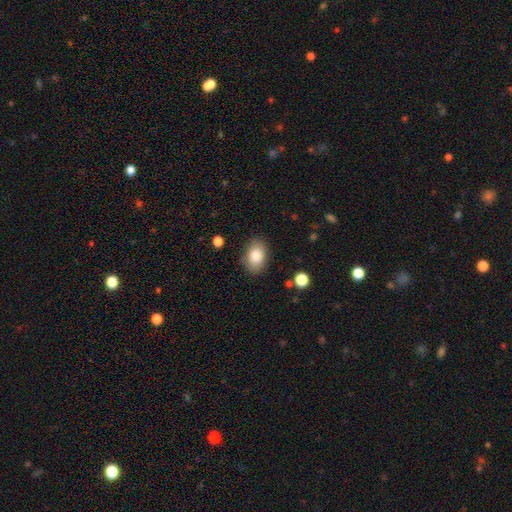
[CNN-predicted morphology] smooth_or_featured: smooth (p=0.84) [alt: featured or disk p=0.08]
how_rounded: in between (p=0.84) [alt: round p=0.15]
merging: none (p=0.84) [alt: minor disturbance p=0.11]